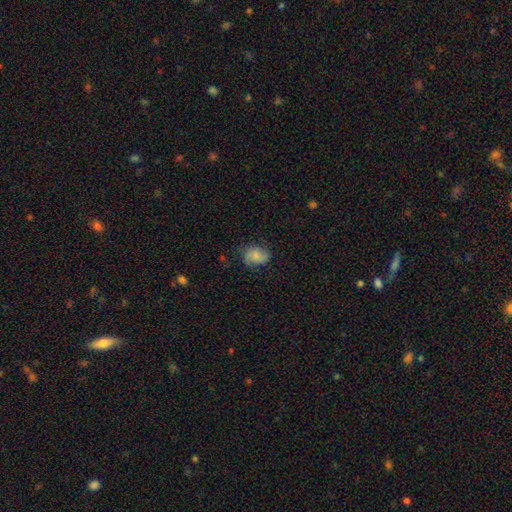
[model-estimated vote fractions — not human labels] A smooth galaxy with no disk features (67%) that is in between round and cigar-shaped (57%). Merging: none (65%).